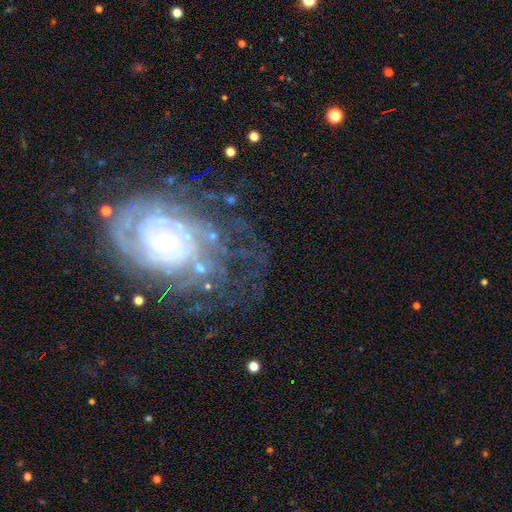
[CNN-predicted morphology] This appears to be a featured or disk galaxy (83%) with no bar (67%), tight (77%) spiral arms (95%) and a small central bulge (71%). Merging: none (60%).